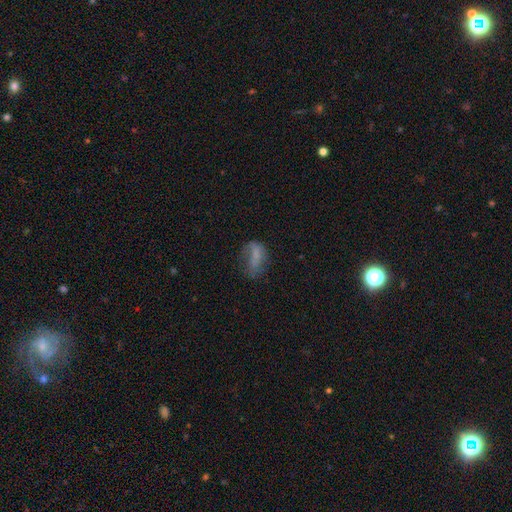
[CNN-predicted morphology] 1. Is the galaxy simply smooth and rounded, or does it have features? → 58% smooth, 29% featured or disk, 13% star or artifact.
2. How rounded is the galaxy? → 81% in between, 10% cigar-shaped, 9% round.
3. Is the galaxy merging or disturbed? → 39% none, 30% major disturbance, 28% minor disturbance, 3% merger.